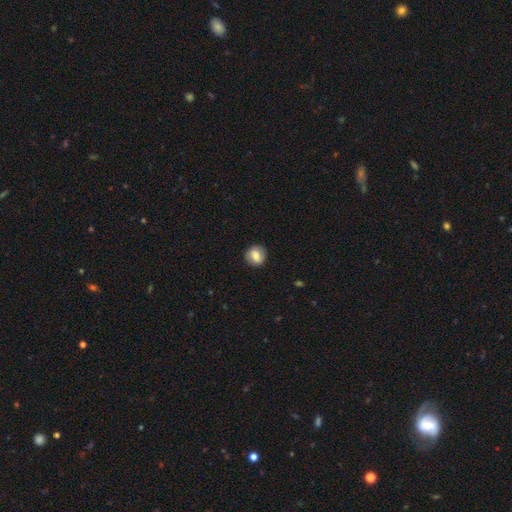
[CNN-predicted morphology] Smooth or featured?
  - smooth: 71% *
  - featured or disk: 21%
  - star or artifact: 9%
How rounded?
  - round: 82% *
  - in between: 17%
  - cigar-shaped: 1%
Merging?
  - none: 88% *
  - minor disturbance: 8%
  - major disturbance: 2%
  - merger: 1%